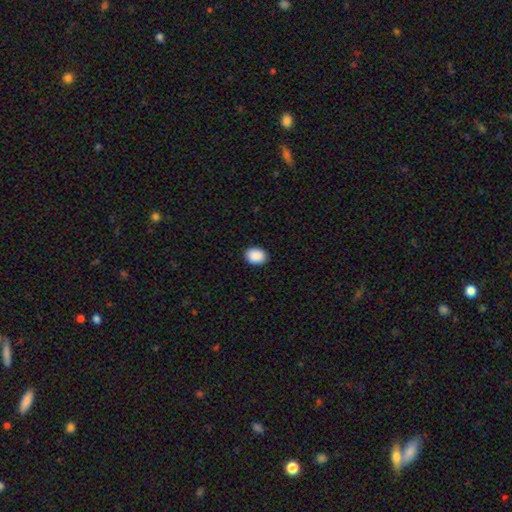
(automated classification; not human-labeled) A smooth galaxy with no disk features (91%) that is in between round and cigar-shaped (63%). Merging: none (90%).